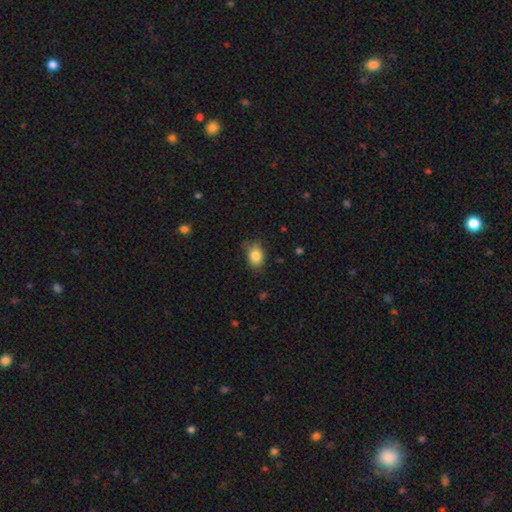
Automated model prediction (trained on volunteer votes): A smooth galaxy with no disk features (85%) that is in between round and cigar-shaped (76%). Merging: none (72%).